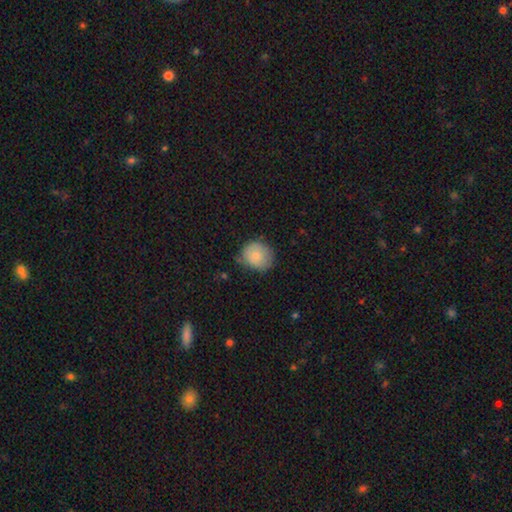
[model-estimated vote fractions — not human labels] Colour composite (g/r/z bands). It shows a smooth galaxy with no disk features (80%) that is round (76%). Merging: none (63%).